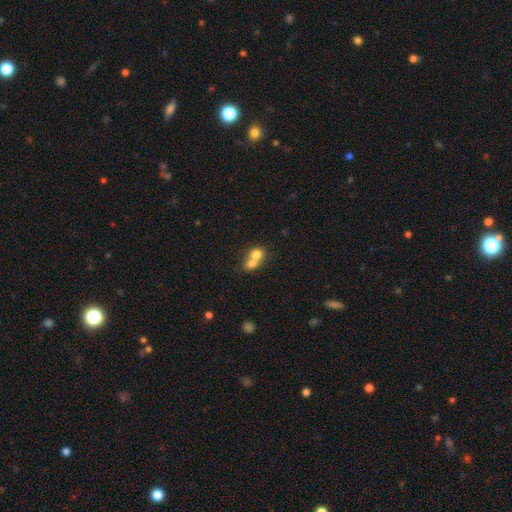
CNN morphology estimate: Overall: smooth (73%). How rounded: round (67%; in between 32%). Merging: merger (70%).